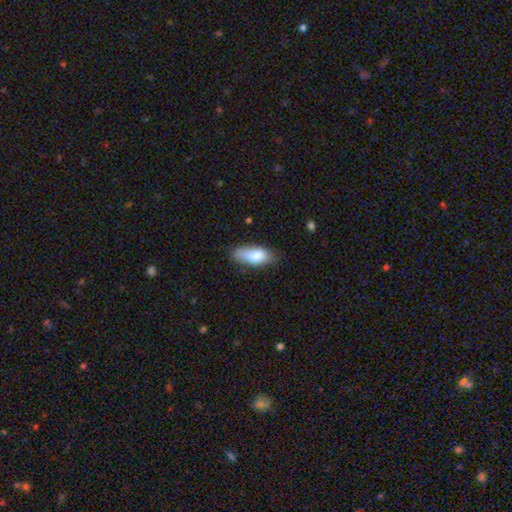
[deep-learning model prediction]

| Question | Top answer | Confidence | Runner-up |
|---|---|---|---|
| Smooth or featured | smooth | 79% | featured or disk (14%) |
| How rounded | in between | 80% | cigar-shaped (17%) |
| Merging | none | 63% | minor disturbance (28%) |